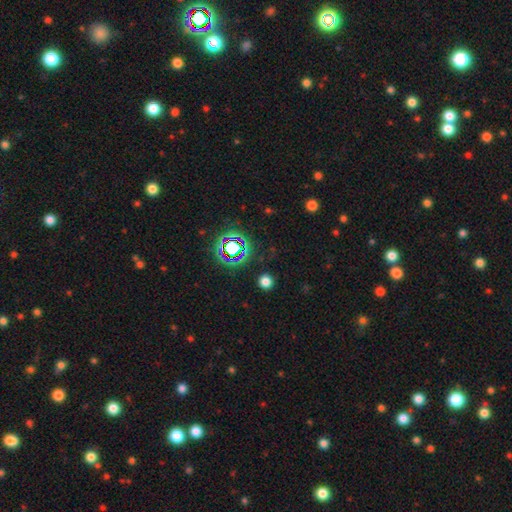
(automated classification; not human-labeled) star or artifact 74%, smooth 15%, featured or disk 10%.